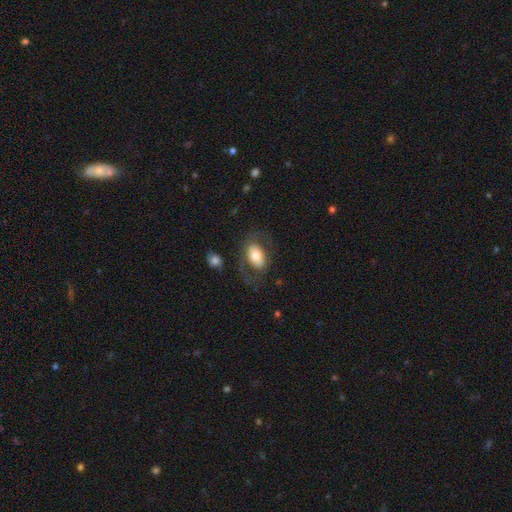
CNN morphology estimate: Q: Smooth or featured?
A: smooth (57%); runner-up: featured or disk (37%)
Q: How rounded?
A: in between (86%); runner-up: round (13%)
Q: Merging?
A: none (62%); runner-up: major disturbance (18%)